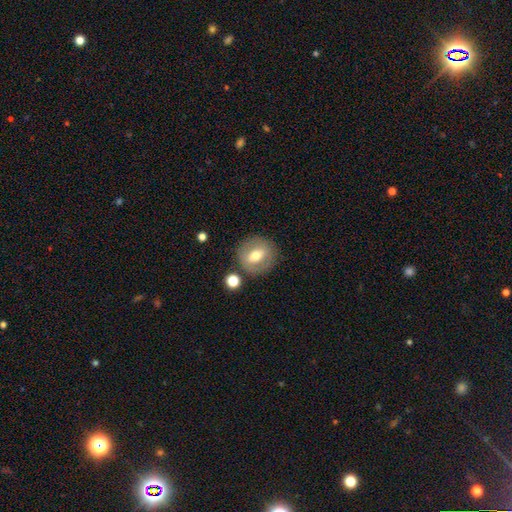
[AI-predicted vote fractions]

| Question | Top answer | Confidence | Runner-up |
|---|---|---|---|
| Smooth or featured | smooth | 53% | featured or disk (38%) |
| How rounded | round | 81% | in between (17%) |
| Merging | none | 79% | minor disturbance (11%) |